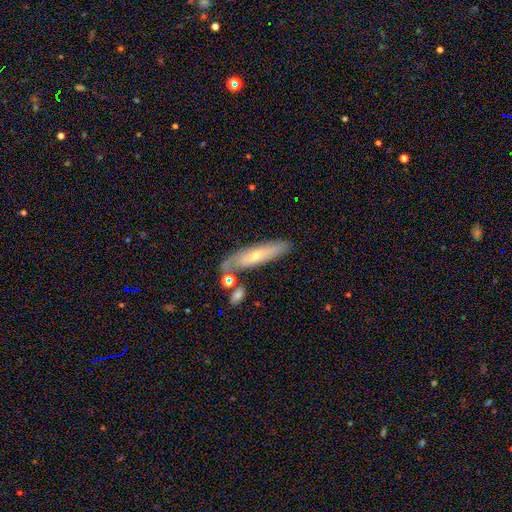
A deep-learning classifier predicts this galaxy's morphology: Q: Smooth or featured?
A: smooth (47%); runner-up: featured or disk (45%)
Q: Merging?
A: none (67%); runner-up: minor disturbance (17%)